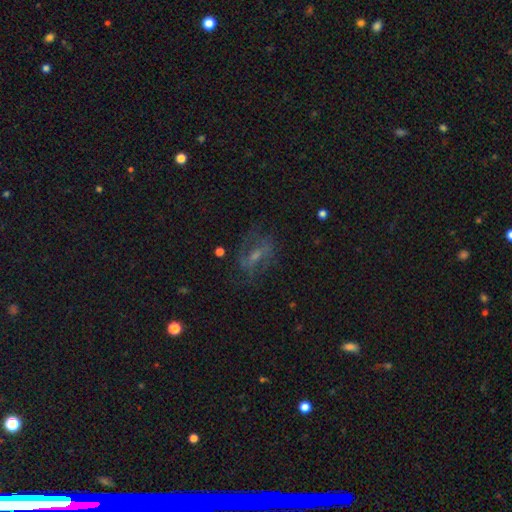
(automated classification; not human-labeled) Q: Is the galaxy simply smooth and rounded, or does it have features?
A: featured or disk — 59%.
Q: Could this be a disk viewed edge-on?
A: no — 91%.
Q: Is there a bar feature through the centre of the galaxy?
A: weak — 44%.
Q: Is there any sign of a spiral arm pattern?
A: yes — 67%.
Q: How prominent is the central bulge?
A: small — 47%.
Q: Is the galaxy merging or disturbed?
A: none — 65%.